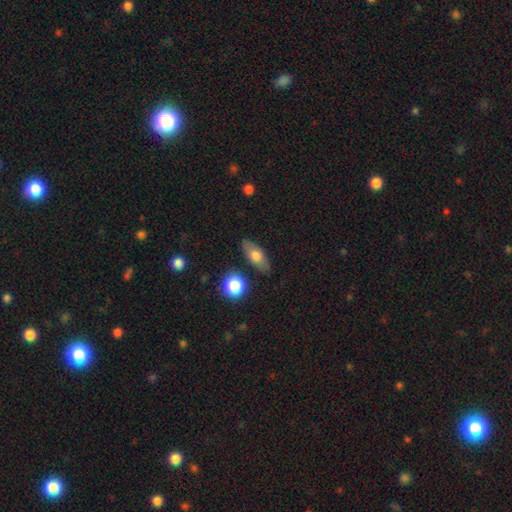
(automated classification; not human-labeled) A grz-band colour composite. It shows a smooth galaxy with no disk features (68%) that is in between round and cigar-shaped (76%). Merging: none (80%).